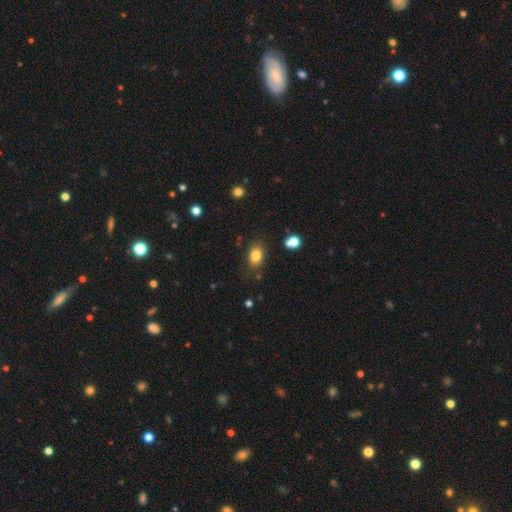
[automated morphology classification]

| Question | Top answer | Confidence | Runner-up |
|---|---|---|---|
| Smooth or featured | smooth | 80% | star or artifact (11%) |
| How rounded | in between | 78% | round (21%) |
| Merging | none | 79% | minor disturbance (13%) |